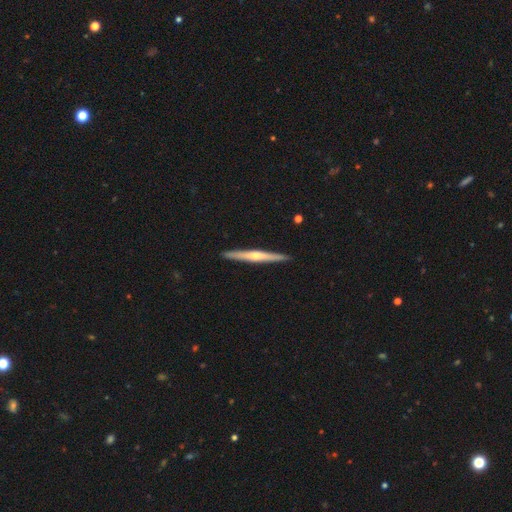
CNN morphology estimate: Smooth or featured?
  - featured or disk: 64% *
  - smooth: 30%
  - star or artifact: 5%
Edge-on disk?
  - yes: 97% *
  - no: 3%
Edge-on bulge?
  - rounded: 76% *
  - none: 20%
  - boxy: 4%
Merging?
  - none: 92% *
  - minor disturbance: 6%
  - major disturbance: 1%
  - merger: 1%